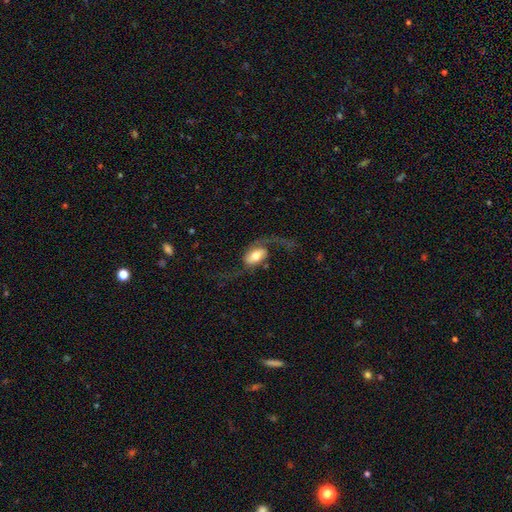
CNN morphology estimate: Smooth or featured: featured or disk — 69% (smooth — 25%)
Edge-on disk: no — 94% (yes — 6%)
Bar: no — 49% (weak — 33%)
Spiral arms: yes — 88% (no — 12%)
Spiral winding: loose — 84% (medium — 13%)
Spiral arm count: 2 — 83% (1 — 12%)
Bulge size: moderate — 54% (large — 28%)
Merging: none — 46% (major disturbance — 36%)